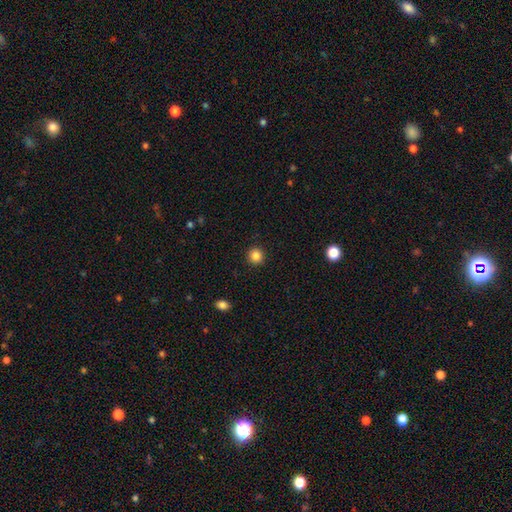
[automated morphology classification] This is clearly a smooth galaxy (85%). How rounded: clearly round (94%). Merging: clearly none (92%).